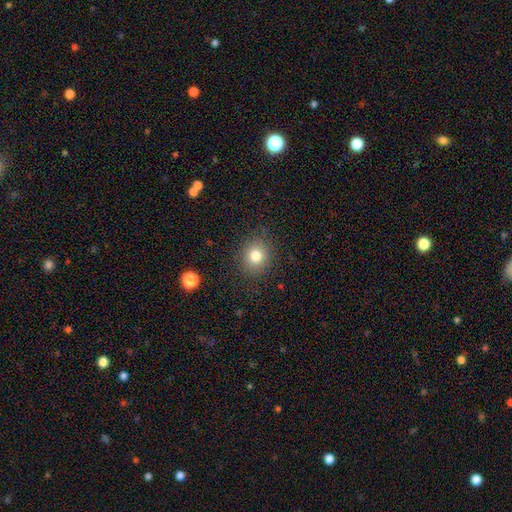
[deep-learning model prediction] smooth_or_featured: smooth (p=0.80) [alt: star or artifact p=0.12]
how_rounded: round (p=0.81) [alt: in between p=0.18]
merging: none (p=0.87) [alt: minor disturbance p=0.09]